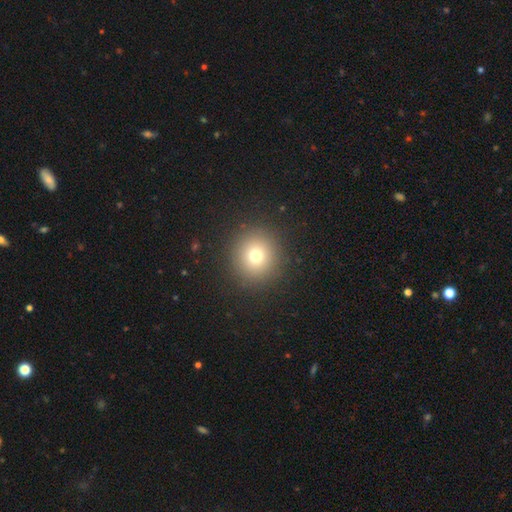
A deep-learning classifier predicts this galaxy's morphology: This appears to be a smooth galaxy with no disk features (73%) that is round (93%). Merging: none (91%).